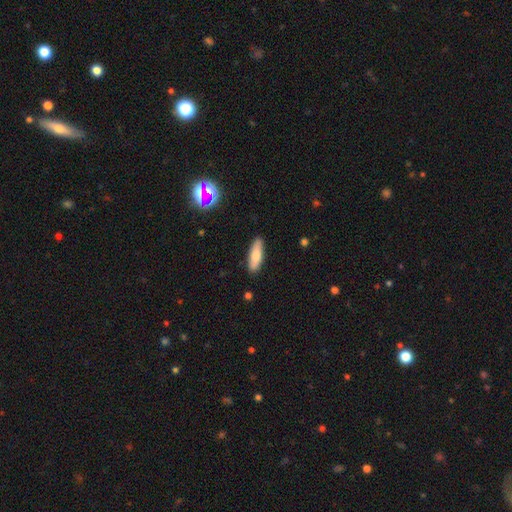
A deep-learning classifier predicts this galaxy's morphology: smooth_or_featured: smooth (p=0.77) [alt: featured or disk p=0.17]
how_rounded: cigar-shaped (p=0.50) [alt: in between p=0.48]
merging: none (p=0.87) [alt: minor disturbance p=0.10]